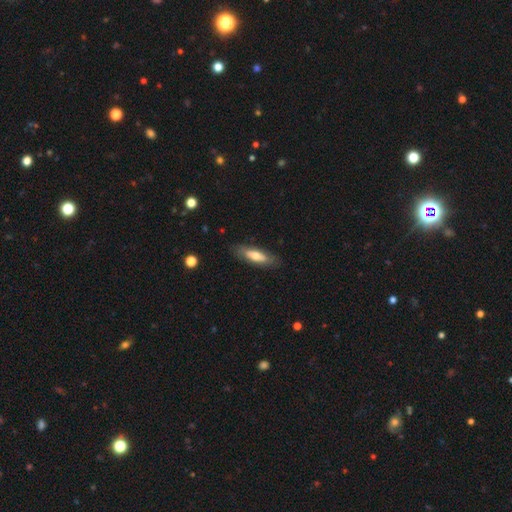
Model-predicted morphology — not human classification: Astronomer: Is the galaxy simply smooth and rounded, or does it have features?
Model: smooth — 59% (runner-up: featured or disk, 35%).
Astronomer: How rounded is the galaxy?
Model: in between — 55% (runner-up: cigar-shaped, 43%).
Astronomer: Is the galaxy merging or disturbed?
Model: none — 81%.